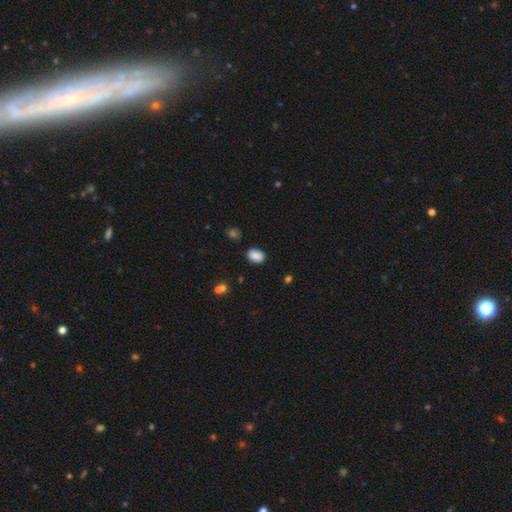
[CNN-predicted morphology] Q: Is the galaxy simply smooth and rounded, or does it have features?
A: smooth — 88%.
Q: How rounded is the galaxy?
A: in between — 83%.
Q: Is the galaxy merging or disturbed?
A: none — 85%.